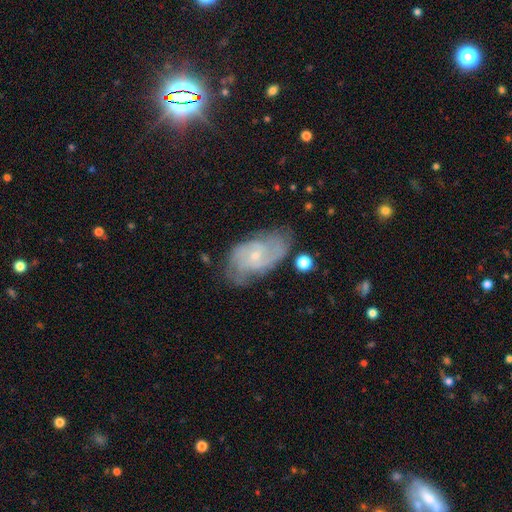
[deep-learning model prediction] Smooth or featured? Predicted: featured or disk (p=0.77). Edge-on disk? Predicted: no (p=0.96). Bar? Predicted: no (p=0.65). Spiral arms? Predicted: yes (p=0.91). Spiral winding? Predicted: tight (p=0.44). Spiral arm count? Predicted: 2 (p=0.40). Bulge size? Predicted: small (p=0.74). Merging? Predicted: none (p=0.65).